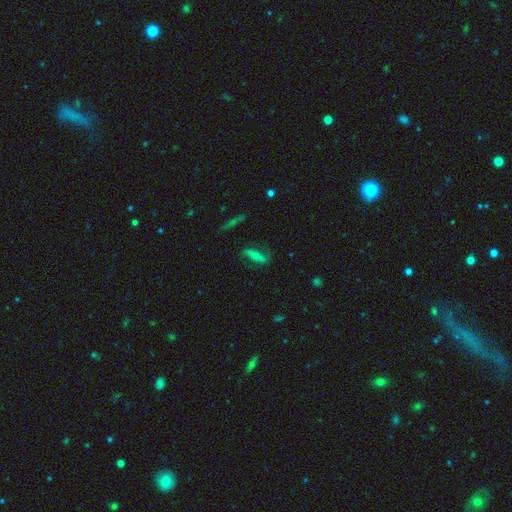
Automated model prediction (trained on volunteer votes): Smooth or featured?
  - featured or disk: 50% *
  - smooth: 40%
  - star or artifact: 10%
Edge-on disk?
  - no: 56% *
  - yes: 44%
Merging?
  - none: 73% *
  - minor disturbance: 18%
  - major disturbance: 7%
  - merger: 2%